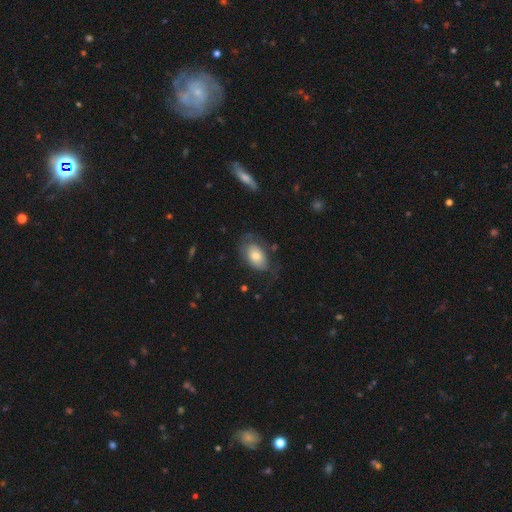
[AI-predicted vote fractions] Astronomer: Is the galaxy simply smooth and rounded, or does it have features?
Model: smooth — 60%.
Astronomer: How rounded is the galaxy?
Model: in between — 88%.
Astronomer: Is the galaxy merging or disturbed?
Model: none — 56%.